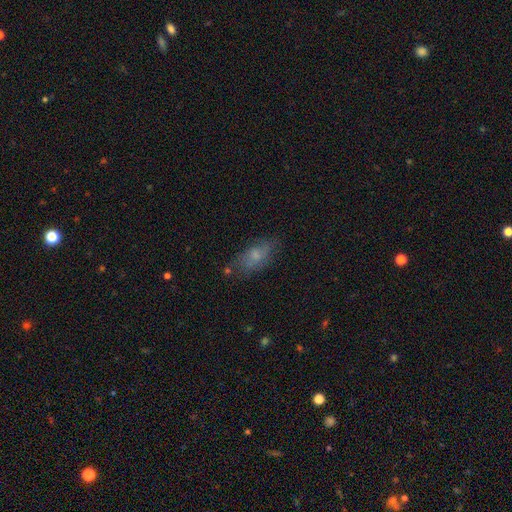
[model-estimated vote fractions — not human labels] This appears to be a smooth galaxy with no disk features (61%) that is in between round and cigar-shaped (82%). Merging: none (65%).